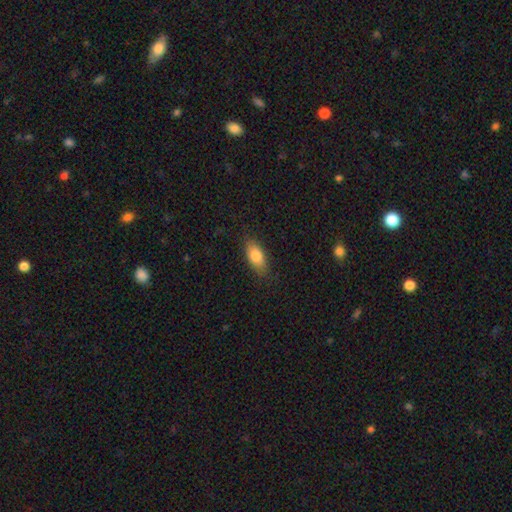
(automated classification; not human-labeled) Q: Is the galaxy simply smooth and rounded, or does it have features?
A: smooth — 82%.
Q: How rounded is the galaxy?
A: in between — 86%.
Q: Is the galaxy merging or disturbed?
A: none — 82%.